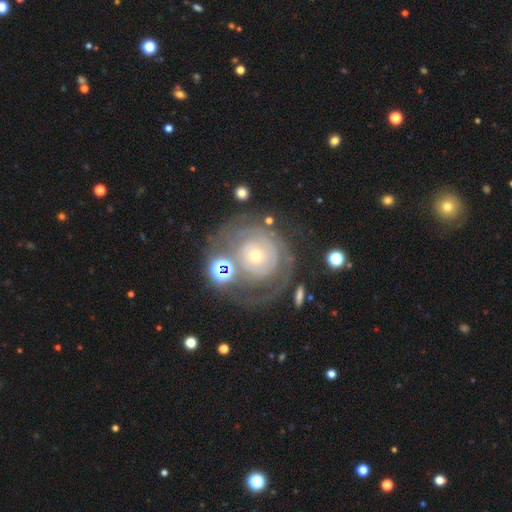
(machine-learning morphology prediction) Q: Smooth or featured?
A: featured or disk (71%); runner-up: smooth (21%)
Q: Edge-on disk?
A: no (97%); runner-up: yes (3%)
Q: Bar?
A: no (87%); runner-up: weak (10%)
Q: Spiral arms?
A: yes (62%); runner-up: no (38%)
Q: Bulge size?
A: small (70%); runner-up: moderate (25%)
Q: Merging?
A: none (61%); runner-up: minor disturbance (17%)